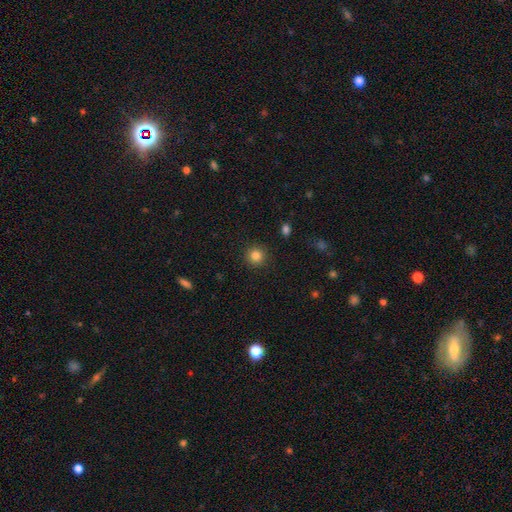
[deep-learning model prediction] Smooth or featured?
  - smooth: 83% *
  - star or artifact: 11%
  - featured or disk: 5%
How rounded?
  - round: 94% *
  - in between: 5%
  - cigar-shaped: 1%
Merging?
  - none: 91% *
  - minor disturbance: 6%
  - major disturbance: 2%
  - merger: 1%